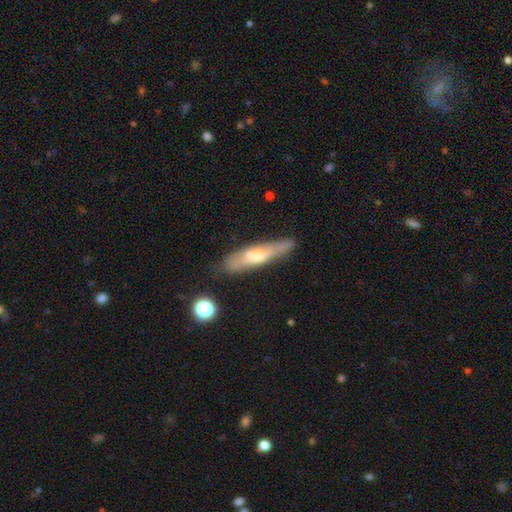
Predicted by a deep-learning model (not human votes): This is possibly a featured or disk galaxy (54%). It is likely viewed edge-on (66%). Merging: likely none (74%).